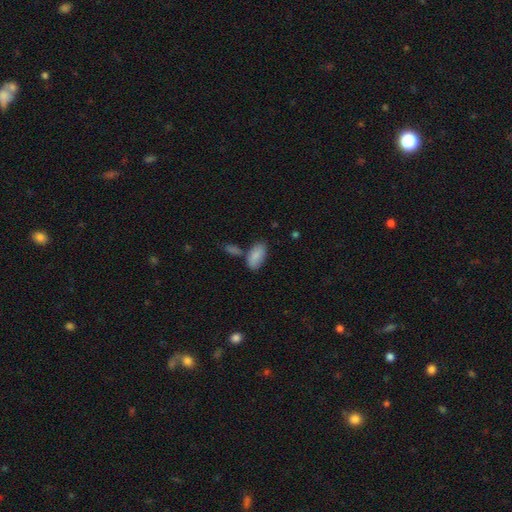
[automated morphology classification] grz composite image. It shows a smooth galaxy with no disk features (87%) that is in between round and cigar-shaped (94%). Merging: none (65%).